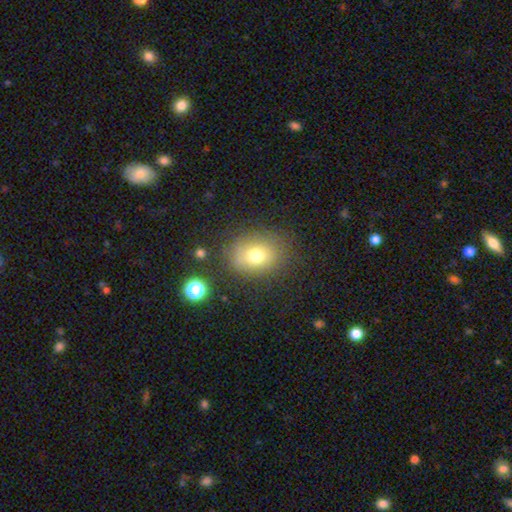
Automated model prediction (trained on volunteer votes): Smooth or featured? Predicted: smooth (p=0.73). How rounded? Predicted: round (p=0.52). Merging? Predicted: none (p=0.79).